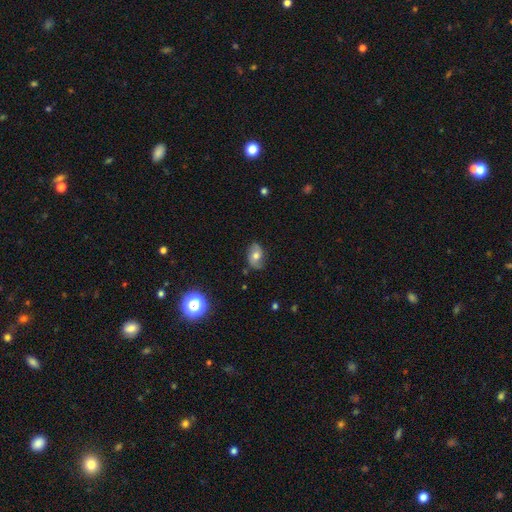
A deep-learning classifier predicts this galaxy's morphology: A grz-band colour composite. It shows a smooth galaxy with no disk features (45%). Merging: none (72%).